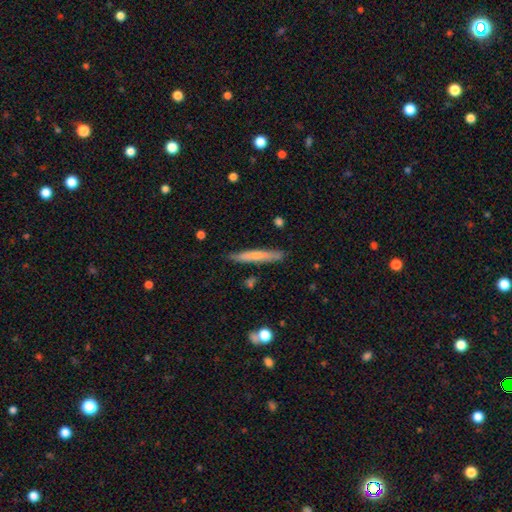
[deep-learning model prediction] Smooth or featured?
  - smooth: 61% *
  - featured or disk: 33%
  - star or artifact: 6%
How rounded?
  - cigar-shaped: 95% *
  - in between: 4%
  - round: 1%
Merging?
  - none: 86% *
  - minor disturbance: 10%
  - merger: 2%
  - major disturbance: 2%